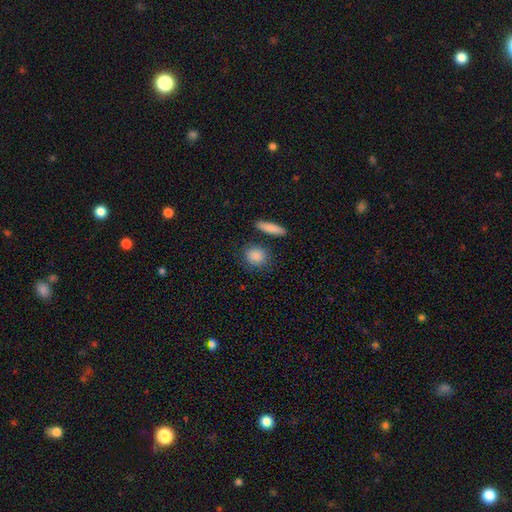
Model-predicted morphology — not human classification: Smooth or featured? smooth (87%)
How rounded? round (66%)
Merging? none (81%)